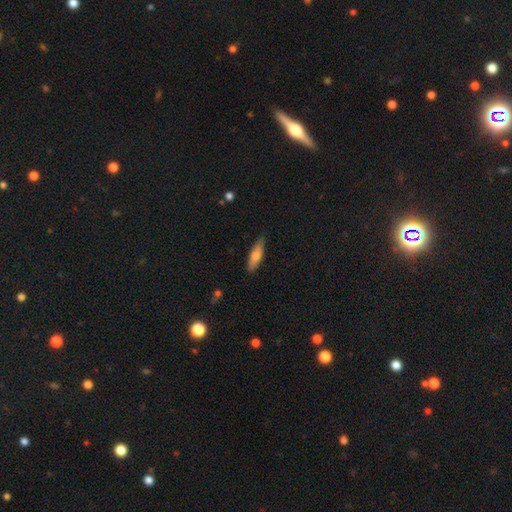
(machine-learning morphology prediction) Smooth or featured: smooth — 67% (featured or disk — 27%)
How rounded: cigar-shaped — 57% (in between — 41%)
Merging: none — 83% (minor disturbance — 13%)